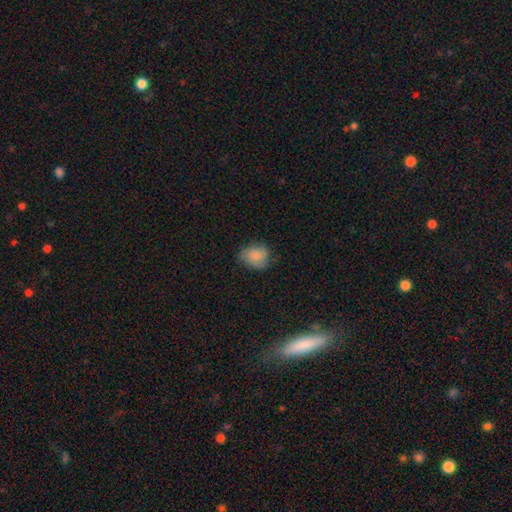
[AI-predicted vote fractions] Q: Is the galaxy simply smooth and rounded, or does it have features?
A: smooth — 81%.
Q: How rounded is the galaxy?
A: in between — 52%.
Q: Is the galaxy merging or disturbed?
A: none — 63%.